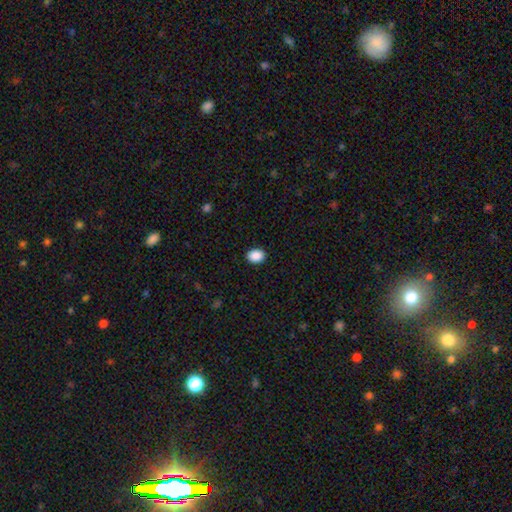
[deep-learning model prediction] smooth 89%, star or artifact 8%, featured or disk 2%. Down the decision tree: how rounded — in between (61%); merging — none (91%).